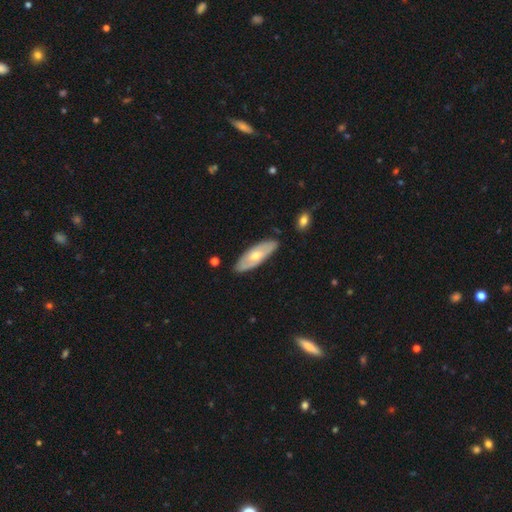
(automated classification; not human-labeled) Smooth or featured? featured or disk (54%)
Edge-on disk? no (70%)
Merging? none (85%)